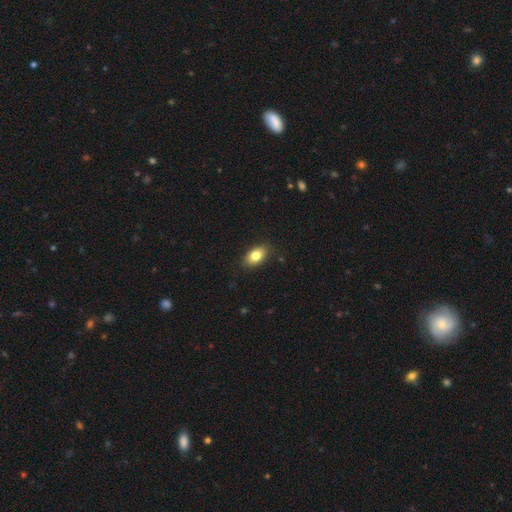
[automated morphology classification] The model was most divided on "smooth or featured": smooth: 82%, featured or disk: 10%, star or artifact: 8%. More confident: how rounded — in between (88%); merging — none (88%).